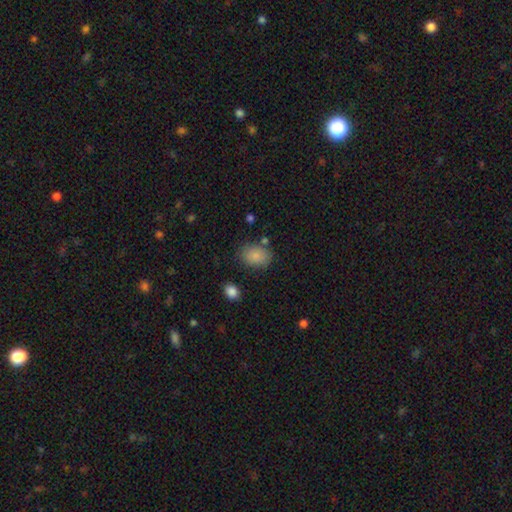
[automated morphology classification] This appears to be a smooth galaxy with no disk features (86%) that is in between round and cigar-shaped (73%). Merging: none (75%).